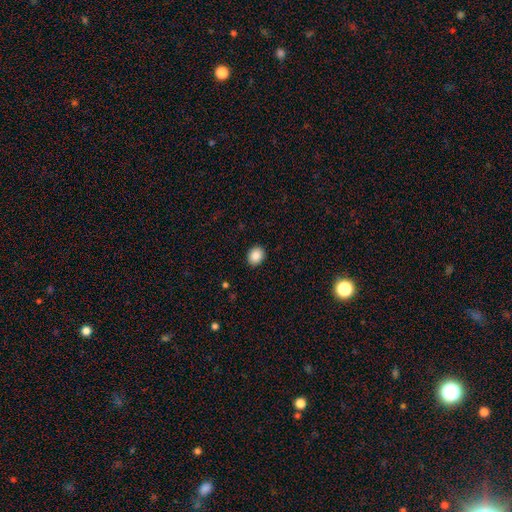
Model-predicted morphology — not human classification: type=smooth (88%); roundness=round (62%); merging=none (90%).